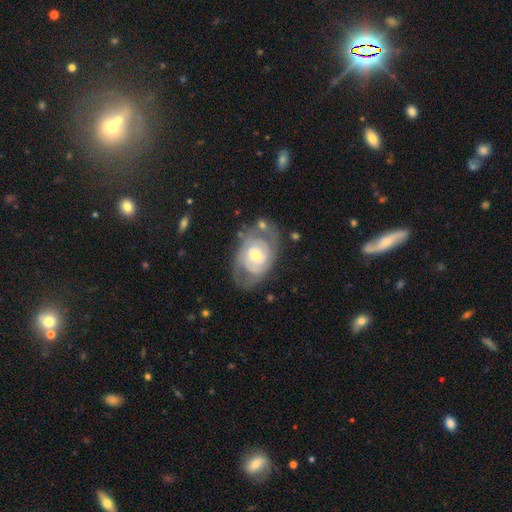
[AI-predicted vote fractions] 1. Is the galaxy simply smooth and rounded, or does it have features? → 79% featured or disk, 16% smooth, 5% star or artifact.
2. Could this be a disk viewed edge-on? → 96% no, 4% yes.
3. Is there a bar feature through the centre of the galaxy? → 70% no, 25% weak, 5% strong.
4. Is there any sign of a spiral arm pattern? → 86% yes, 14% no.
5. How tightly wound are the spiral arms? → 61% tight, 30% medium, 9% loose.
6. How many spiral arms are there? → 49% 2, 30% can't tell, 12% 3, 4% 1, 3% 4, 3% more than 4.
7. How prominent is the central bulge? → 54% moderate, 40% small, 4% large, 1% none, 1% dominant.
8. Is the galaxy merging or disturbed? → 62% none, 21% minor disturbance, 12% major disturbance, 4% merger.